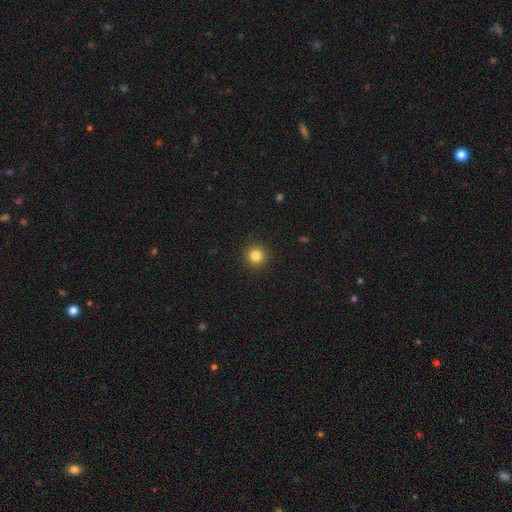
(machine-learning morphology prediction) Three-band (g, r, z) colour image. It shows a smooth galaxy with no disk features (84%) that is round (94%). Merging: none (92%).